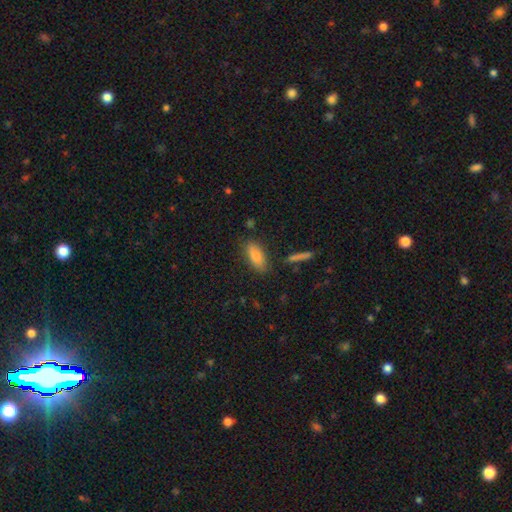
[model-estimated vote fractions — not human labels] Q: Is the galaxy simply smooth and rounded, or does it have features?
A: smooth — 82%.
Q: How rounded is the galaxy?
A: in between — 77%.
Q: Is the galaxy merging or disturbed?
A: none — 81%.